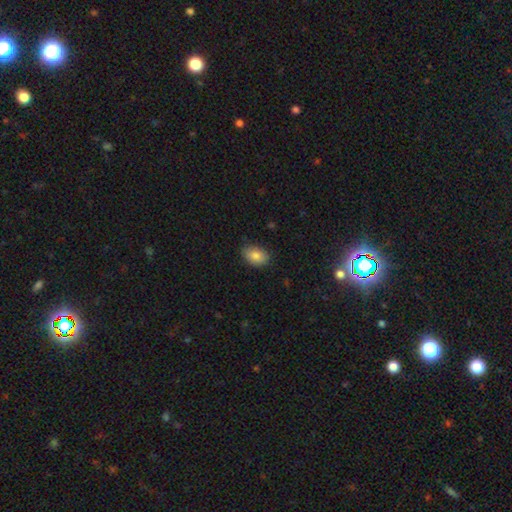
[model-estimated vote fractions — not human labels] smooth-or-featured: smooth: 84% | featured or disk: 8% | star or artifact: 8%
  how-rounded: in between: 85% | round: 13% | cigar-shaped: 1%
  merging: none: 81% | minor disturbance: 15% | major disturbance: 2% | merger: 1%